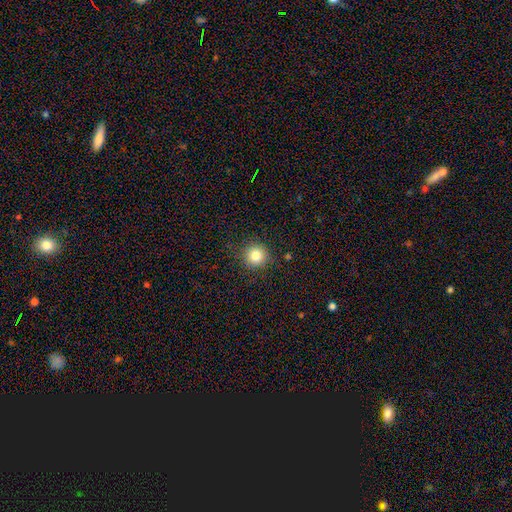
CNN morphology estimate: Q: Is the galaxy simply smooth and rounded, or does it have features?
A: smooth — 82%.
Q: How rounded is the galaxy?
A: round — 94%.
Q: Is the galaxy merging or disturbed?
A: none — 89%.